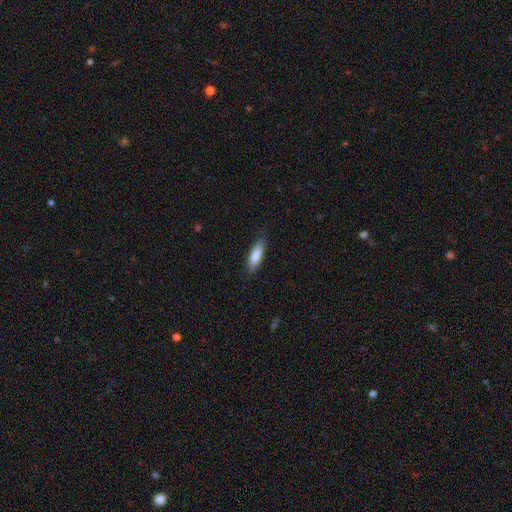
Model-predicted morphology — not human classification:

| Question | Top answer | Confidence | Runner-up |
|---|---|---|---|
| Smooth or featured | smooth | 83% | featured or disk (11%) |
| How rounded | in between | 52% | cigar-shaped (47%) |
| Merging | none | 76% | minor disturbance (19%) |